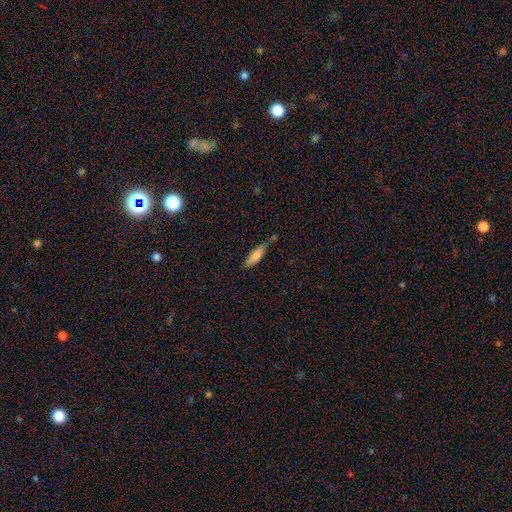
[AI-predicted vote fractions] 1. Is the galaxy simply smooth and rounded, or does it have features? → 81% smooth, 12% featured or disk, 7% star or artifact.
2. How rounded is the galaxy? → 51% cigar-shaped, 48% in between, 2% round.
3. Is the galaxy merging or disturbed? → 53% none, 28% minor disturbance, 12% merger, 7% major disturbance.